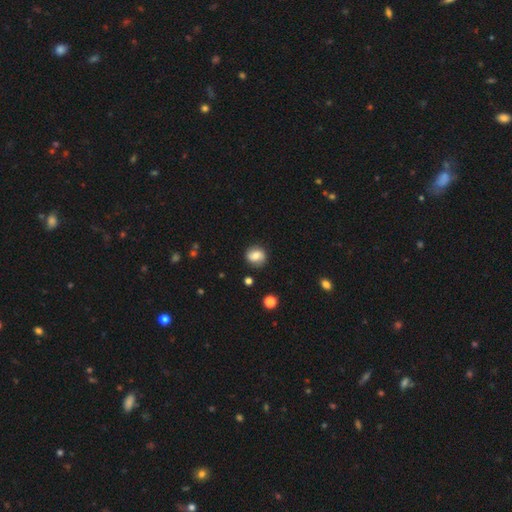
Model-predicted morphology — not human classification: This appears to be a smooth galaxy with no disk features (71%) that is round (77%). Merging: none (82%).